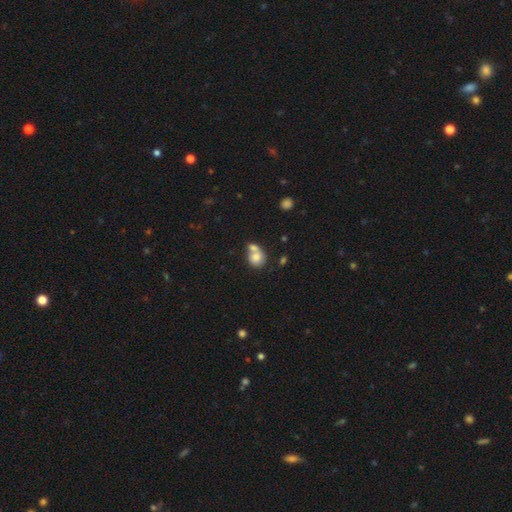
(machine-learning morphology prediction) Smooth or featured: smooth — 75% (featured or disk — 16%)
How rounded: round — 69% (in between — 30%)
Merging: merger — 57% (none — 30%)